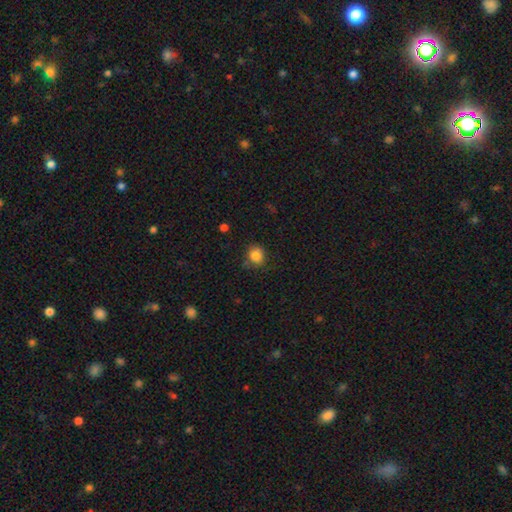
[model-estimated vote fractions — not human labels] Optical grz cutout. It shows a smooth galaxy with no disk features (83%) that is round (75%). Merging: none (75%).